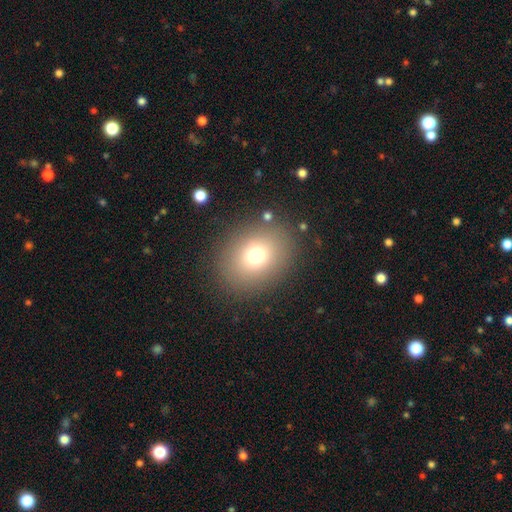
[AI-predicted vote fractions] Morphology: type=smooth (72%); roundness=round (60%); merging=none (85%).